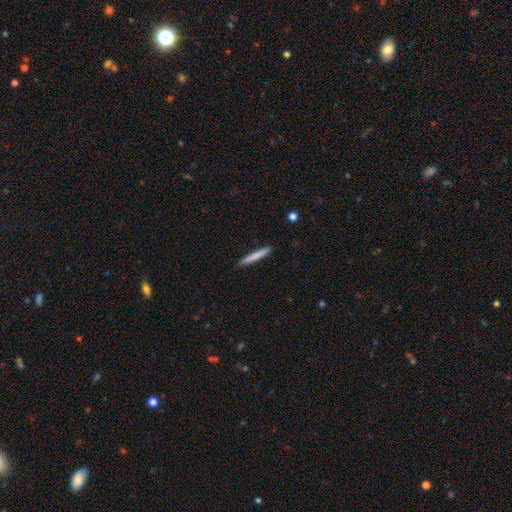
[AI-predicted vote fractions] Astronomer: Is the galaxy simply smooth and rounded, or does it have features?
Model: smooth — 77%.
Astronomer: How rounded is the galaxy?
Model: cigar-shaped — 96%.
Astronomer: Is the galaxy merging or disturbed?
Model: none — 90%.